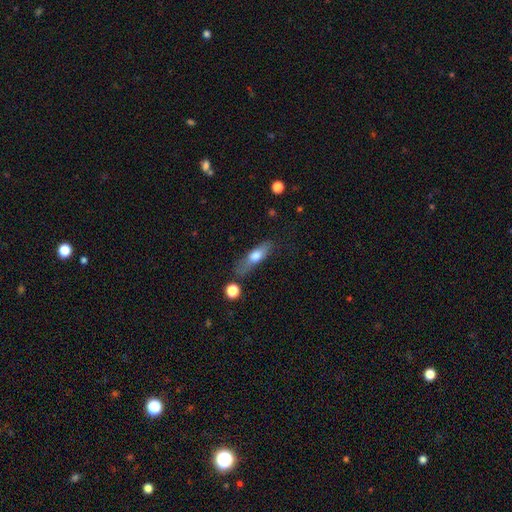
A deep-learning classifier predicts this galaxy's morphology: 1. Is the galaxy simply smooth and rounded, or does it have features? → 64% smooth, 29% featured or disk, 7% star or artifact.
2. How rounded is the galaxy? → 49% in between, 46% cigar-shaped, 4% round.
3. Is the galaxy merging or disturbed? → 60% none, 25% minor disturbance, 10% major disturbance, 5% merger.